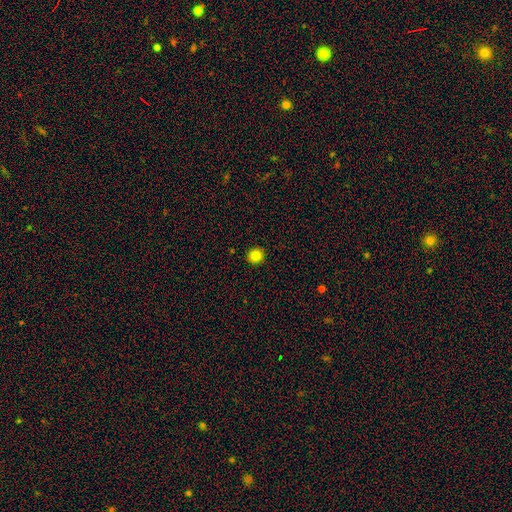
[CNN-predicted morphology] Smooth or featured? smooth (83%)
How rounded? round (91%)
Merging? none (92%)